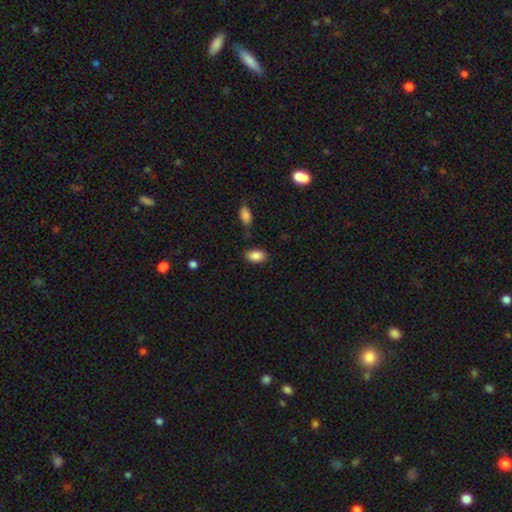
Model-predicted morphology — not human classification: A smooth galaxy with no disk features (87%) that is in between round and cigar-shaped (90%).

Vote fractions:
- Smooth or featured? smooth: 87% / star or artifact: 8% / featured or disk: 5%
- How rounded? in between: 90% / round: 8% / cigar-shaped: 2%
- Merging? none: 81% / minor disturbance: 12% / major disturbance: 3% / merger: 3%